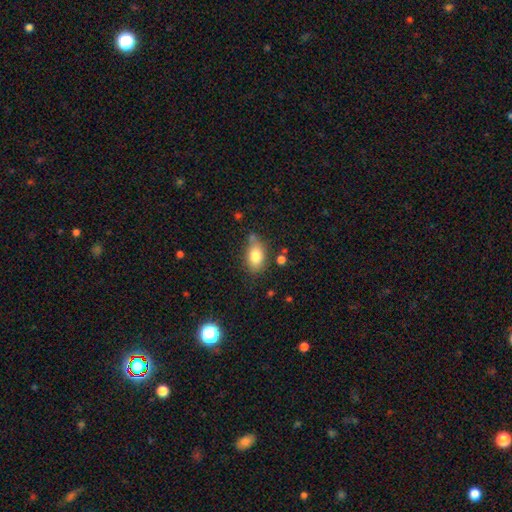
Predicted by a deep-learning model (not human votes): smooth-or-featured: smooth: 80% | featured or disk: 11% | star or artifact: 9%
  how-rounded: in between: 85% | round: 12% | cigar-shaped: 3%
  merging: none: 64% | minor disturbance: 24% | merger: 7% | major disturbance: 6%